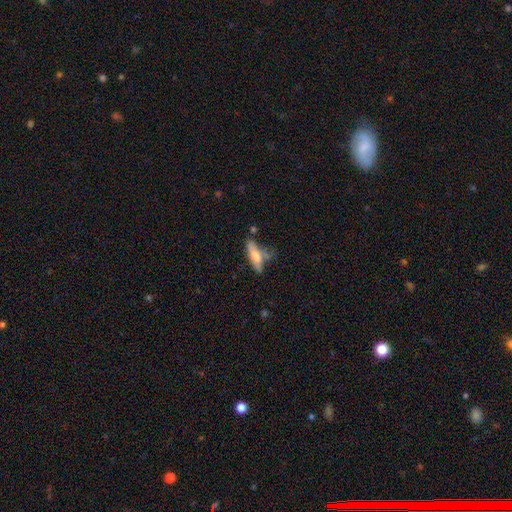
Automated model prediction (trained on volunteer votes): Smooth or featured? Predicted: smooth (p=0.70). How rounded? Predicted: cigar-shaped (p=0.55). Merging? Predicted: none (p=0.44).